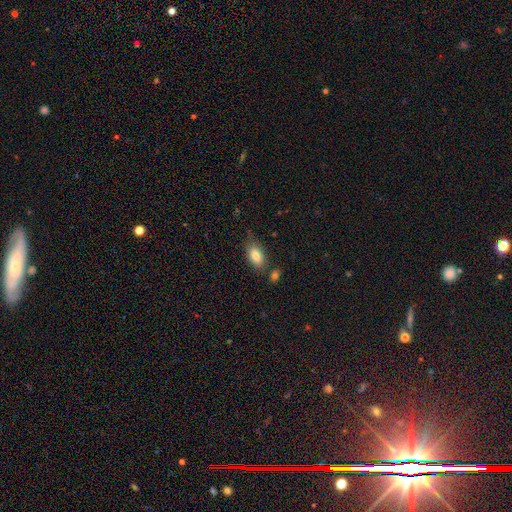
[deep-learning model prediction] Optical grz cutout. It shows a smooth galaxy with no disk features (81%) that is in between round and cigar-shaped (90%). Merging: none (71%).